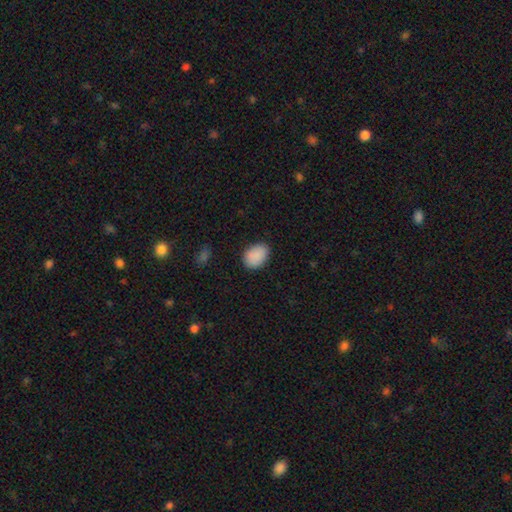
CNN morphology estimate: Smooth or featured? smooth (90%)
How rounded? in between (76%)
Merging? none (84%)